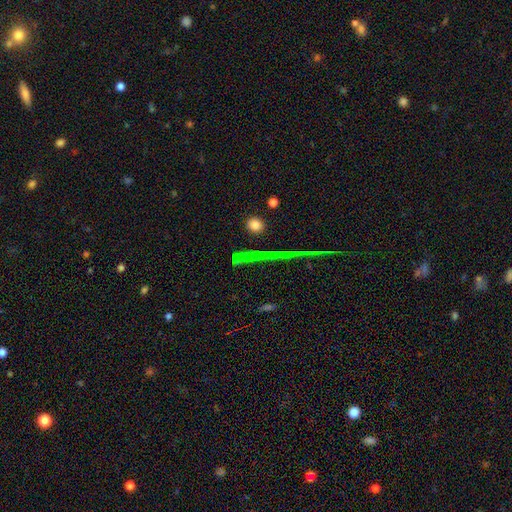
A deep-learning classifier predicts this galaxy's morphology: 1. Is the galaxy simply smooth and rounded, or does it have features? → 55% star or artifact, 31% smooth, 14% featured or disk.